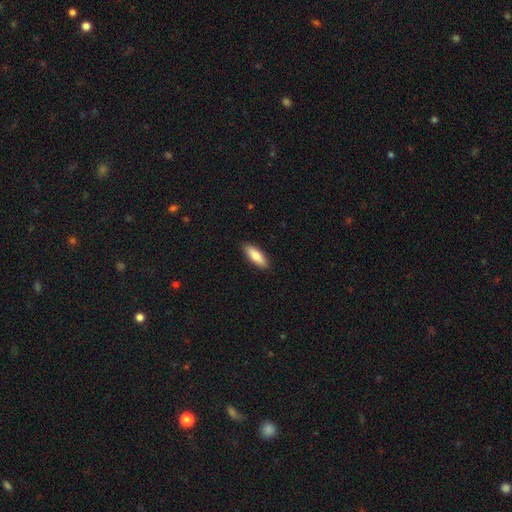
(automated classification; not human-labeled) smooth-or-featured: smooth: 81% | featured or disk: 14% | star or artifact: 6%
  how-rounded: in between: 60% | cigar-shaped: 38% | round: 2%
  merging: none: 88% | minor disturbance: 9% | major disturbance: 2% | merger: 1%